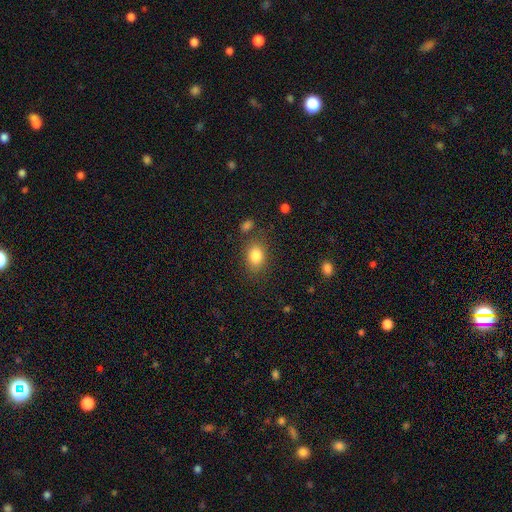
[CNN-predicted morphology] A smooth galaxy with no disk features (83%) that is in between round and cigar-shaped (69%).

Vote fractions:
- Smooth or featured? smooth: 83% / star or artifact: 10% / featured or disk: 8%
- How rounded? in between: 69% / round: 30% / cigar-shaped: 1%
- Merging? none: 78% / minor disturbance: 13% / merger: 4% / major disturbance: 4%